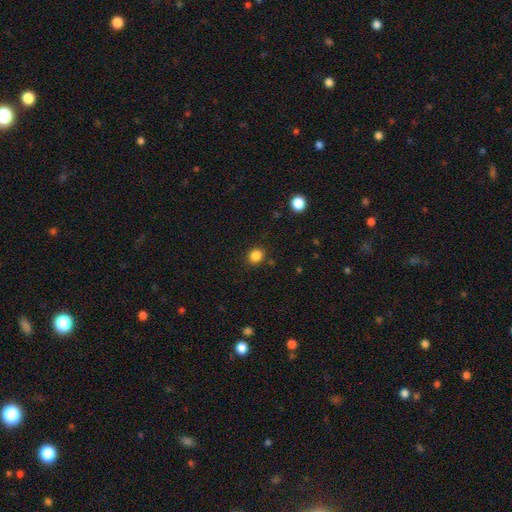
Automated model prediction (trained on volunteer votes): Q: Smooth or featured?
A: smooth (85%); runner-up: star or artifact (12%)
Q: How rounded?
A: round (71%); runner-up: in between (28%)
Q: Merging?
A: none (87%); runner-up: minor disturbance (8%)